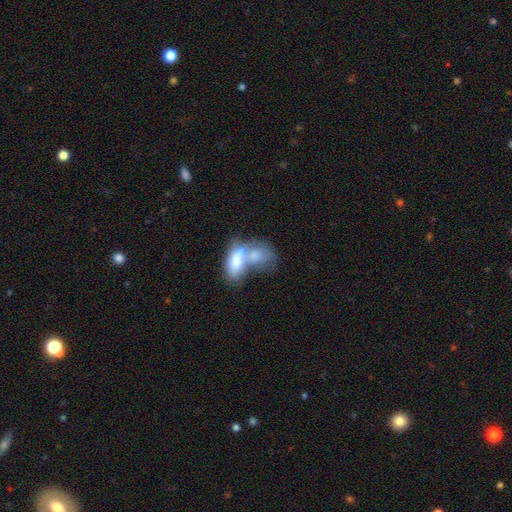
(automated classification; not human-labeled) A smooth galaxy with no disk features (69%) that is in between round and cigar-shaped (82%). Merging: merger (75%).